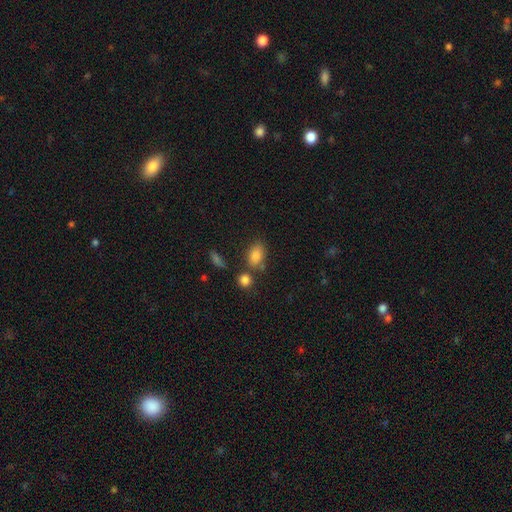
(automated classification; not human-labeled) Q: Smooth or featured?
A: smooth (84%); runner-up: star or artifact (10%)
Q: How rounded?
A: in between (85%); runner-up: round (12%)
Q: Merging?
A: none (62%); runner-up: minor disturbance (17%)